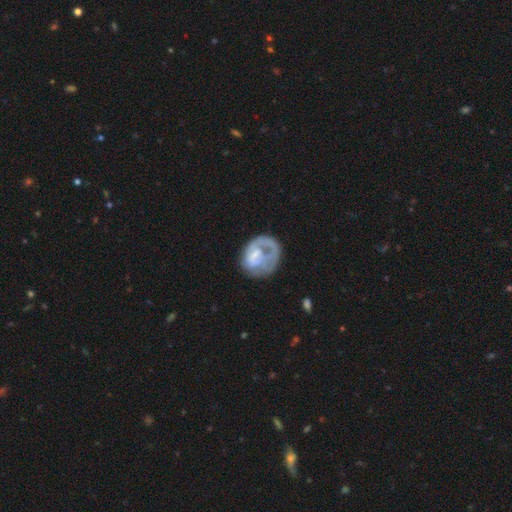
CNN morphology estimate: featured or disk 54%, smooth 38%, star or artifact 8%. Down the decision tree: edge-on disk — no (97%); bar — no (62%); spiral arms — no (57%); bulge size — none (36%); merging — none (38%).